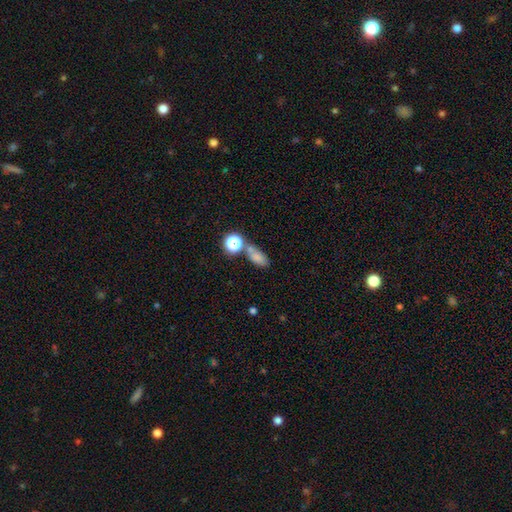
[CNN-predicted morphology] type=smooth (72%); roundness=in between (75%); merging=none (55%).